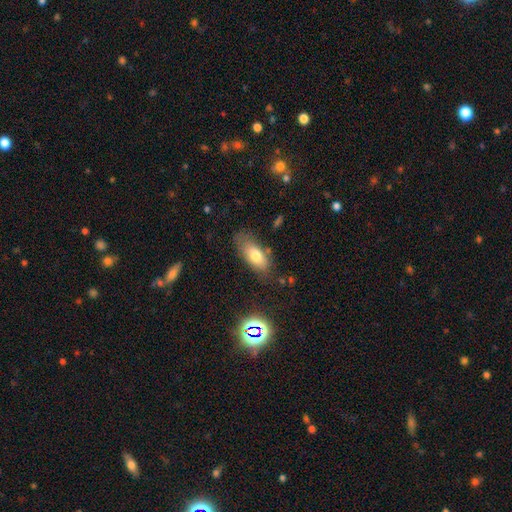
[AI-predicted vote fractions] Smooth or featured?
  - smooth: 74% *
  - featured or disk: 16%
  - star or artifact: 10%
How rounded?
  - in between: 87% *
  - cigar-shaped: 9%
  - round: 4%
Merging?
  - none: 67% *
  - minor disturbance: 22%
  - major disturbance: 8%
  - merger: 4%